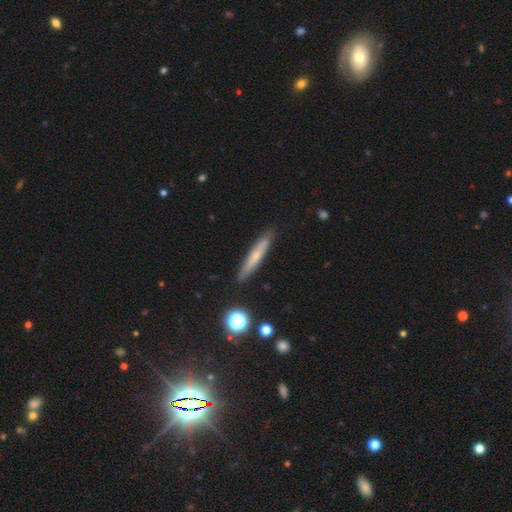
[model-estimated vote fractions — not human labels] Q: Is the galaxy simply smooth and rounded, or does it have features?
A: smooth — 57%.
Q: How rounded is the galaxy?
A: cigar-shaped — 93%.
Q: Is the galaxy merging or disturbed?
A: none — 88%.